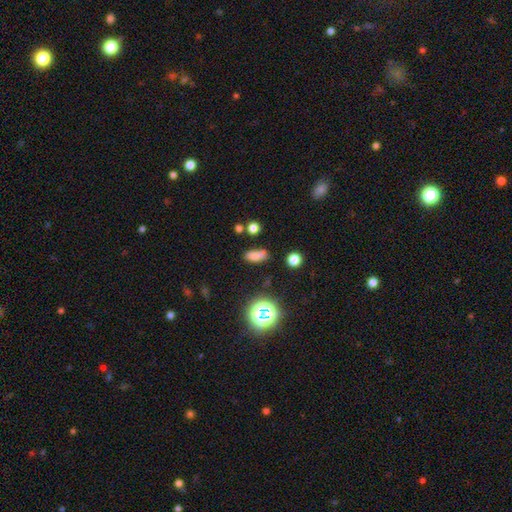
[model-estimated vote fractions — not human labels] A smooth galaxy with no disk features (74%) that is in between round and cigar-shaped (67%).

Vote fractions:
- Smooth or featured? smooth: 74% / star or artifact: 18% / featured or disk: 8%
- How rounded? in between: 67% / cigar-shaped: 25% / round: 7%
- Merging? none: 71% / minor disturbance: 18% / merger: 6% / major disturbance: 5%